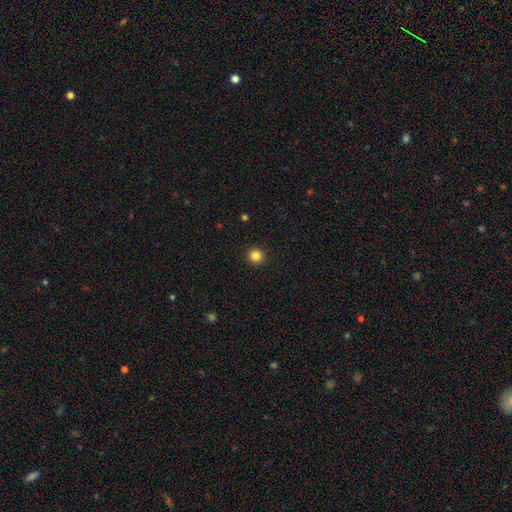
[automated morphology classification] Q: Smooth or featured?
A: smooth (83%); runner-up: star or artifact (12%)
Q: How rounded?
A: round (93%); runner-up: in between (6%)
Q: Merging?
A: none (93%); runner-up: minor disturbance (4%)